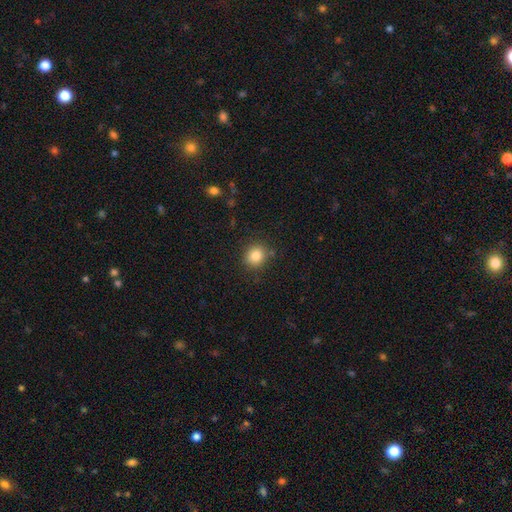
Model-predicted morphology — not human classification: Q: Smooth or featured?
A: smooth (83%); runner-up: star or artifact (11%)
Q: How rounded?
A: round (83%); runner-up: in between (16%)
Q: Merging?
A: none (84%); runner-up: minor disturbance (11%)